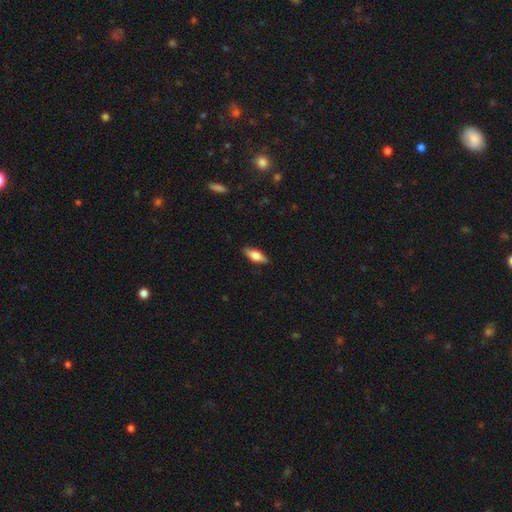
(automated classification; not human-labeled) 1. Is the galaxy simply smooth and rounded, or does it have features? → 61% smooth, 33% featured or disk, 6% star or artifact.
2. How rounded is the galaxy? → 67% in between, 30% cigar-shaped, 3% round.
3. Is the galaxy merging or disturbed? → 87% none, 10% minor disturbance, 2% major disturbance, 1% merger.